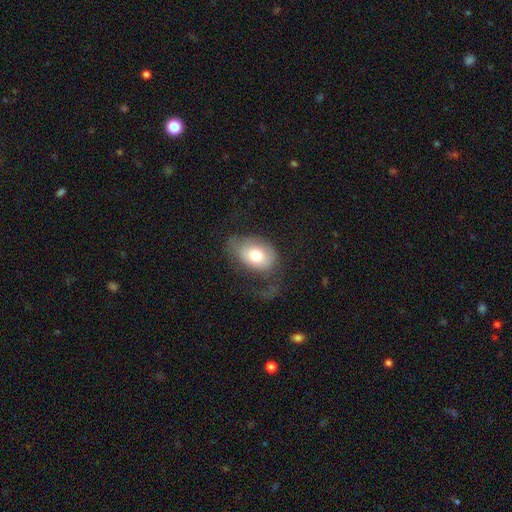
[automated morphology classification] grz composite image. It shows a smooth galaxy with no disk features (70%) that is in between round and cigar-shaped (78%). Merging: none (36%).